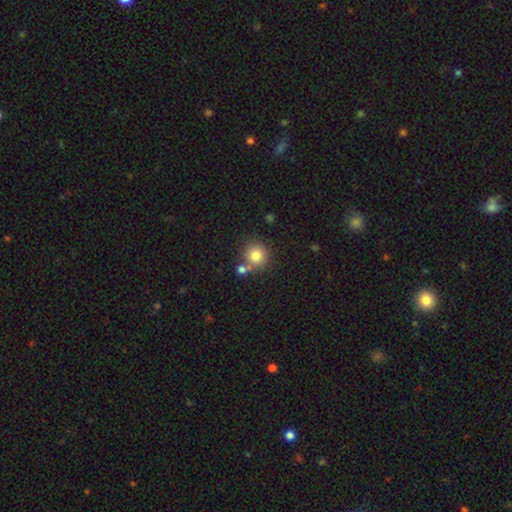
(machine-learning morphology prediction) Smooth or featured: smooth — 81% (star or artifact — 11%)
How rounded: round — 91% (in between — 8%)
Merging: none — 65% (merger — 22%)